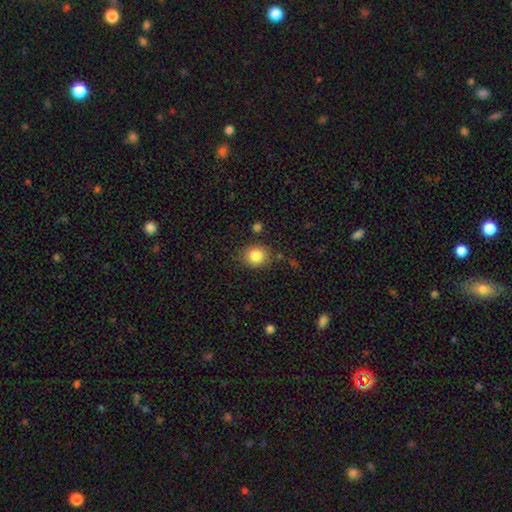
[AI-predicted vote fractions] Smooth or featured: smooth — 84% (star or artifact — 10%)
How rounded: round — 75% (in between — 24%)
Merging: none — 83% (minor disturbance — 11%)